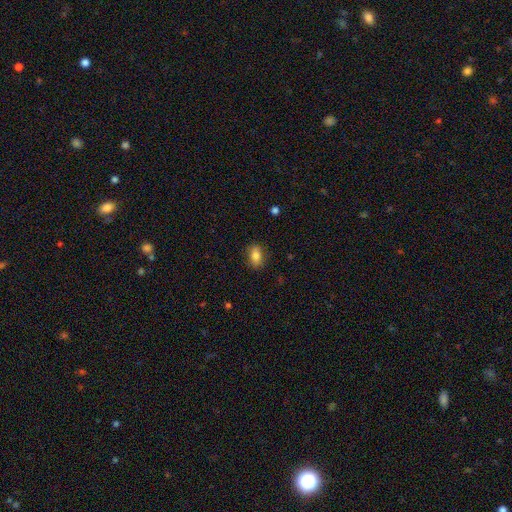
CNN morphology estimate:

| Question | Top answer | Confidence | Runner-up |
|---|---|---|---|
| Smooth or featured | smooth | 82% | featured or disk (10%) |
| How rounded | in between | 84% | round (12%) |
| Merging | none | 85% | minor disturbance (11%) |